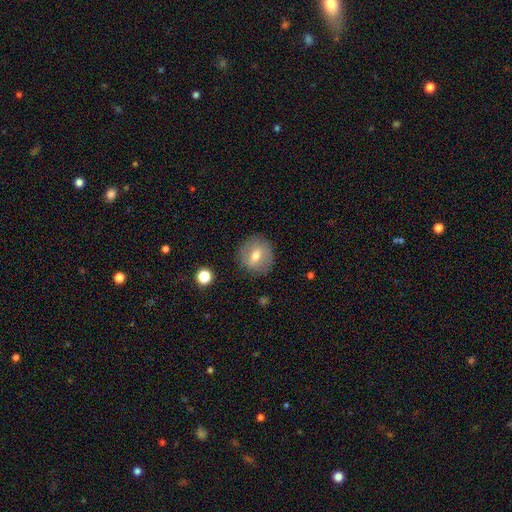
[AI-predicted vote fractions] Q: Smooth or featured?
A: smooth (58%); runner-up: featured or disk (33%)
Q: How rounded?
A: round (86%); runner-up: in between (13%)
Q: Merging?
A: none (85%); runner-up: minor disturbance (10%)